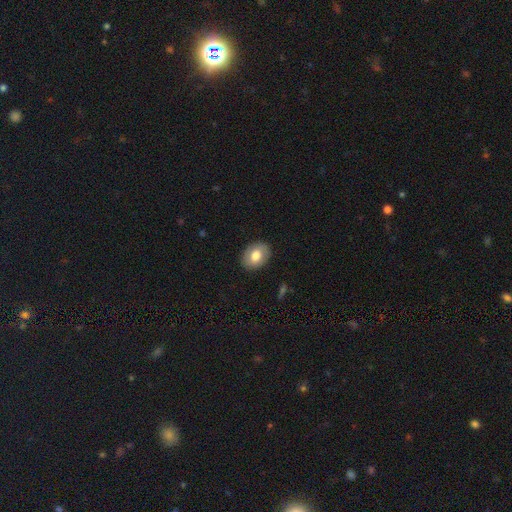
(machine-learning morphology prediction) The model was most divided on "how rounded": in between: 73%, round: 26%, cigar-shaped: 1%. More confident: merging — none (88%); smooth or featured — smooth (74%).